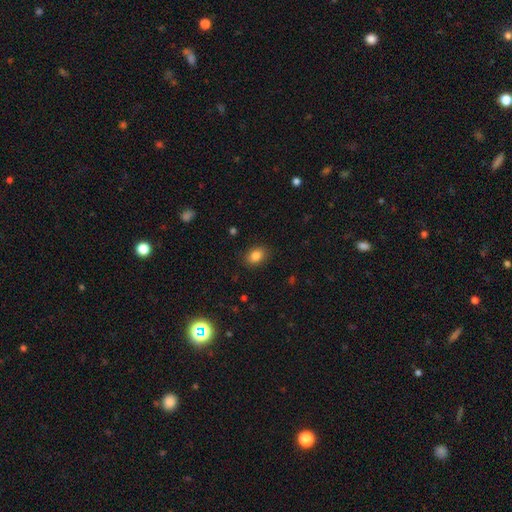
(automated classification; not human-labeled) A smooth galaxy with no disk features (85%) that is in between round and cigar-shaped (73%). Merging: none (87%).